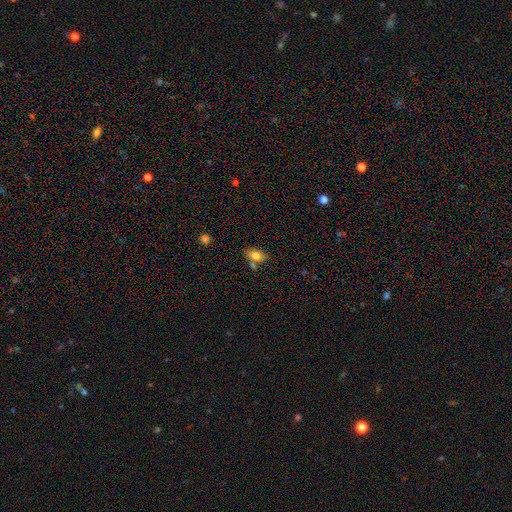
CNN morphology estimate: The model was most divided on "merging": none: 62%, merger: 18%, minor disturbance: 16%, major disturbance: 4%. More confident: how rounded — in between (87%); smooth or featured — smooth (80%).